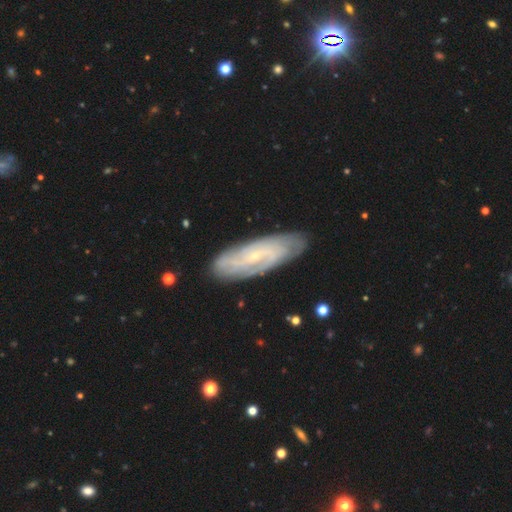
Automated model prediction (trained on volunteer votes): Smooth or featured?
  - featured or disk: 77% *
  - smooth: 17%
  - star or artifact: 7%
Edge-on disk?
  - no: 85% *
  - yes: 15%
Bar?
  - no: 58% *
  - weak: 33%
  - strong: 9%
Spiral arms?
  - yes: 91% *
  - no: 9%
Spiral winding?
  - tight: 62% *
  - medium: 28%
  - loose: 10%
Spiral arm count?
  - can't tell: 44% *
  - 2: 26%
  - 3: 11%
  - 4: 9%
  - more than 4: 5%
  - 1: 5%
Bulge size?
  - small: 84% *
  - moderate: 12%
  - none: 3%
  - large: 1%
  - dominant: 1%
Merging?
  - none: 83% *
  - minor disturbance: 13%
  - major disturbance: 3%
  - merger: 1%